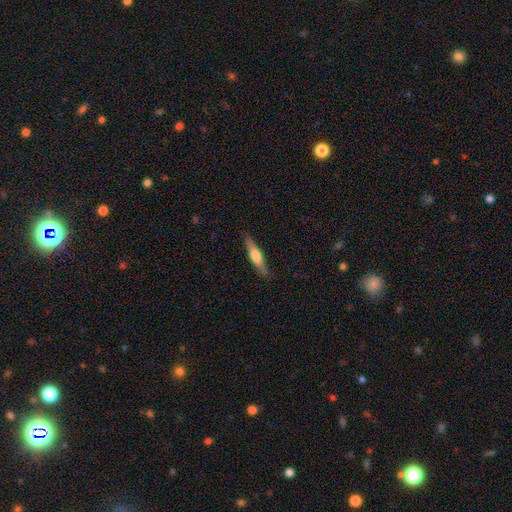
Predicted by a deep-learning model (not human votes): This appears to be a smooth galaxy with no disk features (52%) that is cigar-shaped (82%). Merging: none (85%).